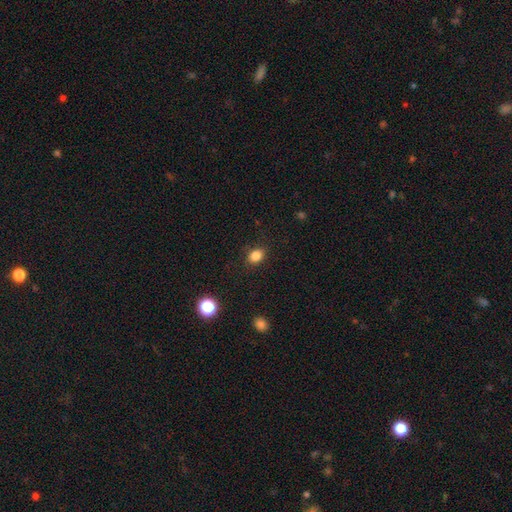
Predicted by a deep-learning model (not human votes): Smooth or featured: smooth — 84% (star or artifact — 12%)
How rounded: in between — 58% (round — 41%)
Merging: none — 86% (minor disturbance — 10%)